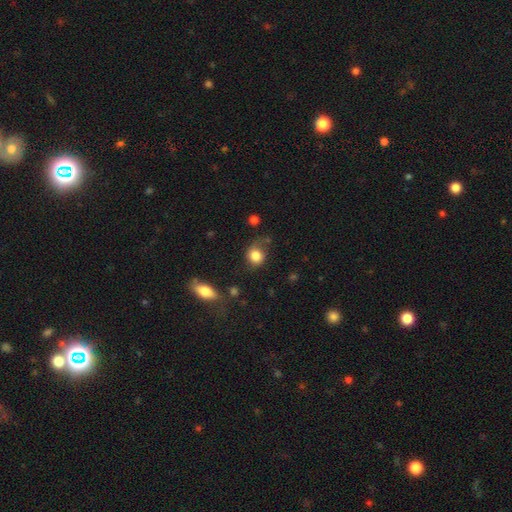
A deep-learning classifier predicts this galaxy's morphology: smooth_or_featured: smooth (p=0.82) [alt: star or artifact p=0.09]
how_rounded: round (p=0.70) [alt: in between p=0.29]
merging: none (p=0.53) [alt: minor disturbance p=0.28]